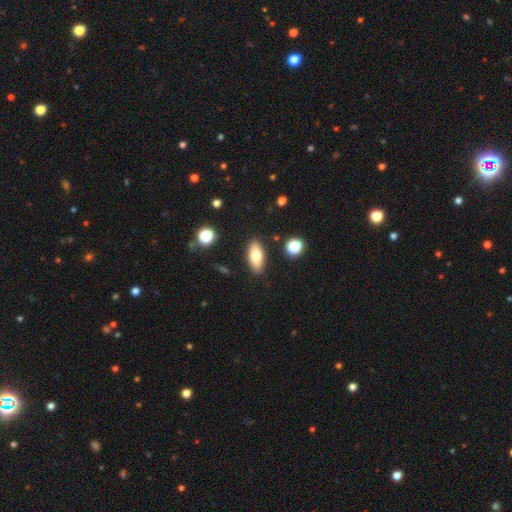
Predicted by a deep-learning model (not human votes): smooth-or-featured: smooth: 71% | featured or disk: 21% | star or artifact: 8%
  how-rounded: in between: 79% | cigar-shaped: 18% | round: 4%
  merging: none: 87% | minor disturbance: 9% | merger: 2% | major disturbance: 2%